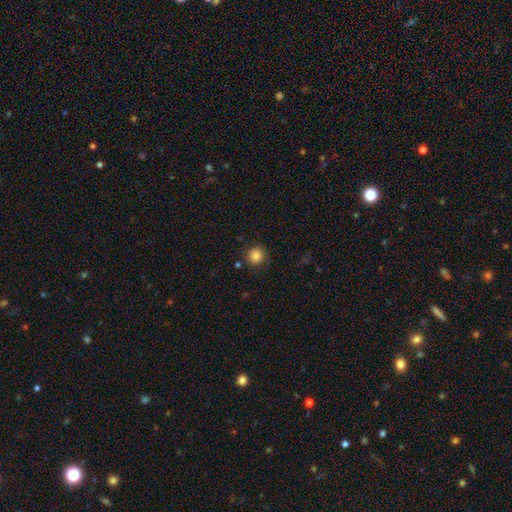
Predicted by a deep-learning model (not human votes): This appears to be a smooth galaxy with no disk features (85%) that is round (94%). Merging: none (88%).